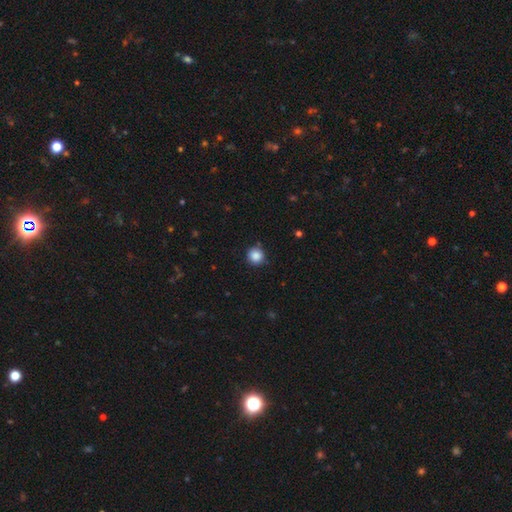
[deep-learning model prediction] Smooth or featured? Predicted: smooth (p=0.86). How rounded? Predicted: round (p=0.94). Merging? Predicted: none (p=0.85).